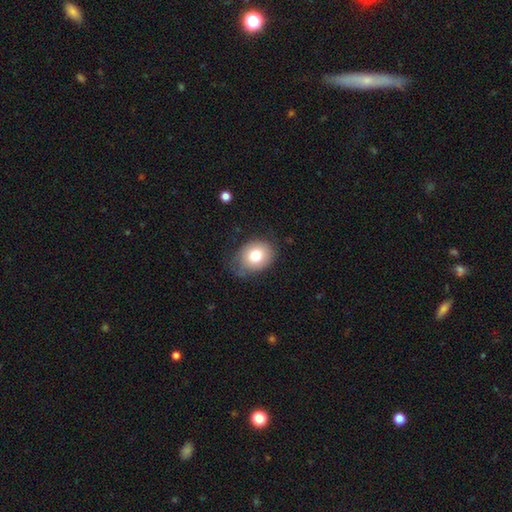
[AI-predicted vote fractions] Smooth or featured? Predicted: smooth (p=0.79). How rounded? Predicted: in between (p=0.58). Merging? Predicted: none (p=0.58).